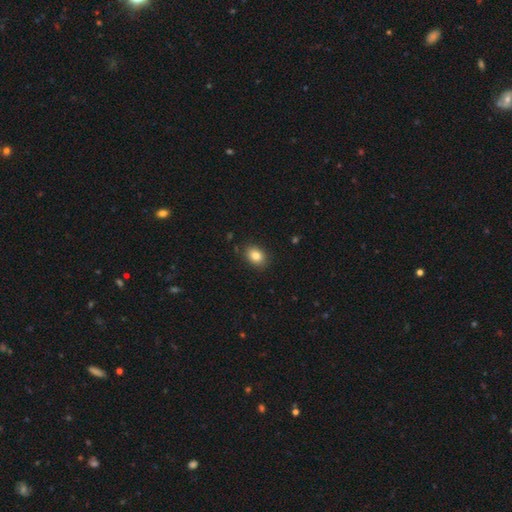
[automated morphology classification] type=smooth (83%); roundness=in between (66%); merging=none (86%).